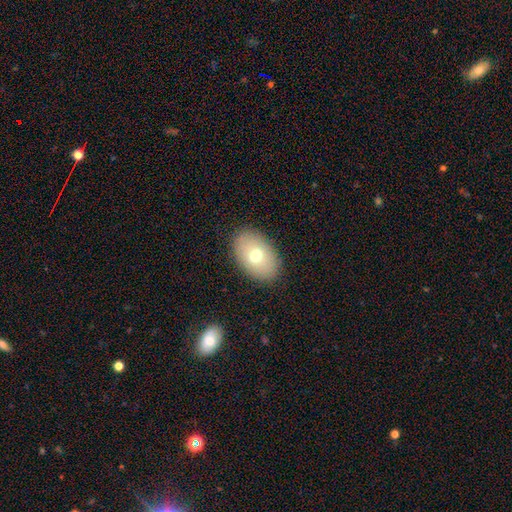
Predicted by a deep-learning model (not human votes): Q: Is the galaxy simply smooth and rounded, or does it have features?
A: smooth — 70%.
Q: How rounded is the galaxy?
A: in between — 89%.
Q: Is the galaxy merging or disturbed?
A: none — 88%.